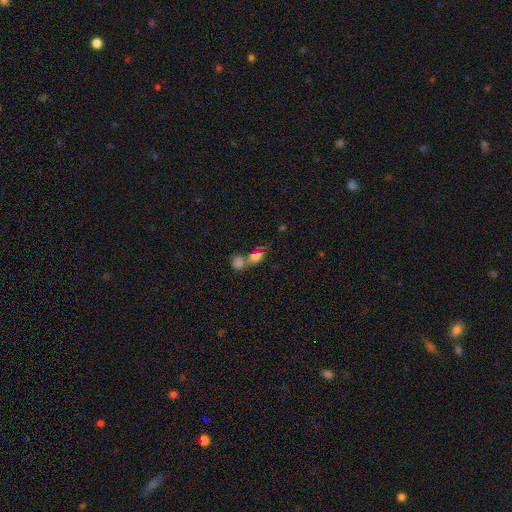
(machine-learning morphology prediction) type=smooth (69%); roundness=in between (70%); merging=merger (54%).